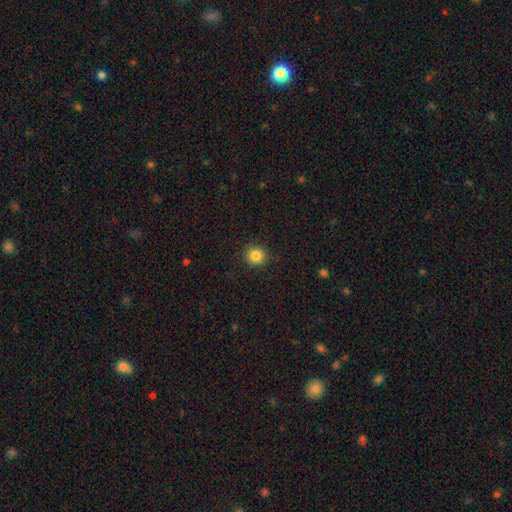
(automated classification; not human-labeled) A smooth galaxy with no disk features (84%) that is round (91%). Merging: none (91%).